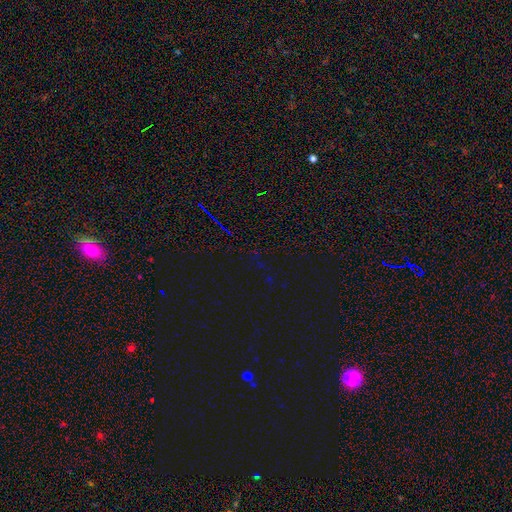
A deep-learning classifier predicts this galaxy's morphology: The model was most divided on "smooth or featured": star or artifact: 79%, smooth: 13%, featured or disk: 8%.